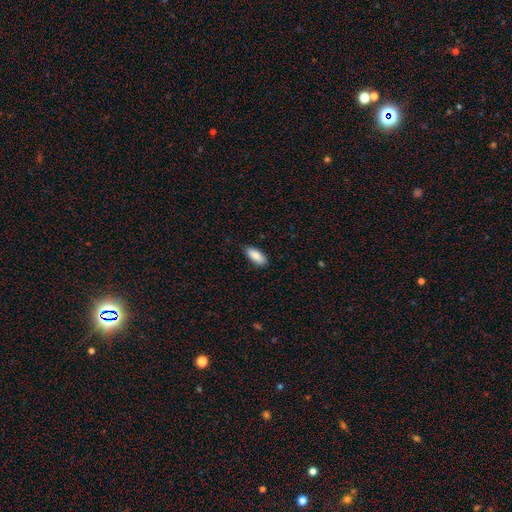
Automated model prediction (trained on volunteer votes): Smooth or featured? smooth (85%)
How rounded? in between (83%)
Merging? none (85%)